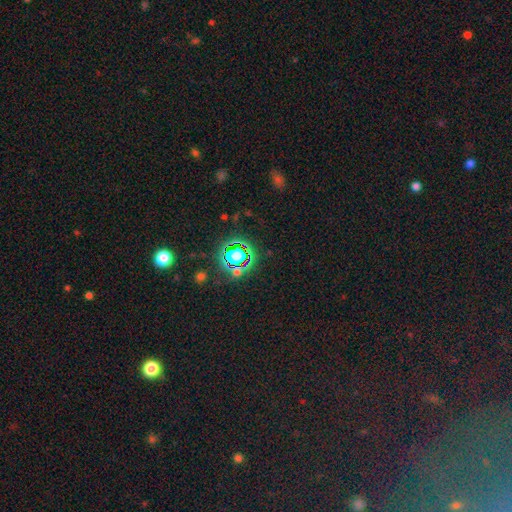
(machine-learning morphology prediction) star or artifact 78%, smooth 14%, featured or disk 7%.